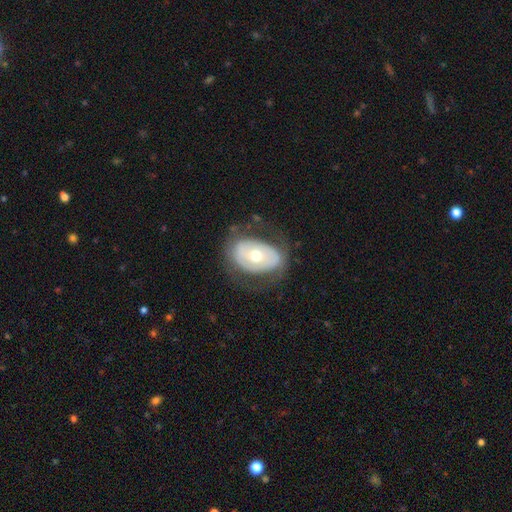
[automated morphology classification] featured or disk 55%, smooth 39%, star or artifact 6%. Down the decision tree: edge-on disk — no (92%); bar — no (72%); spiral arms — no (72%); bulge size — moderate (68%); merging — none (66%).